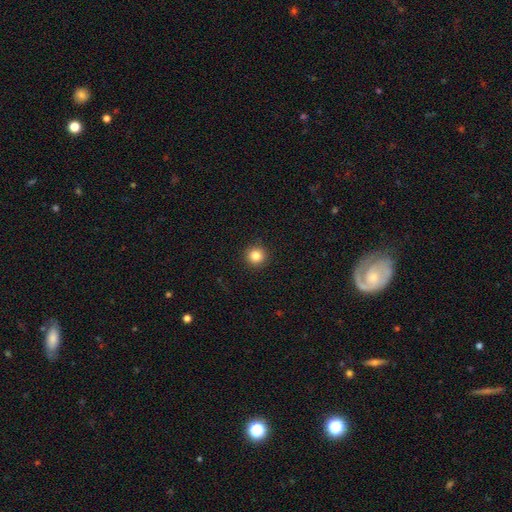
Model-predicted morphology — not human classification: This appears to be a smooth galaxy with no disk features (84%) that is round (95%). Merging: none (93%).